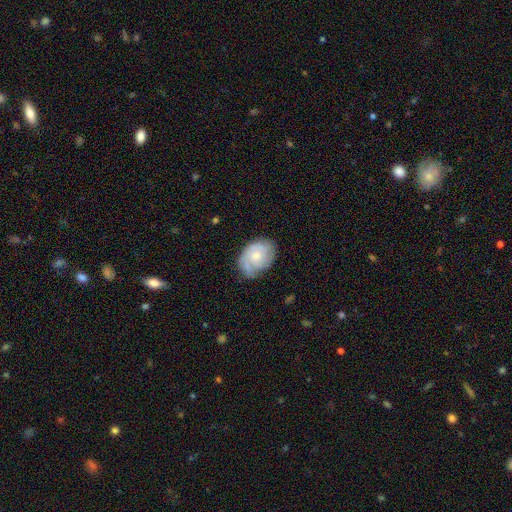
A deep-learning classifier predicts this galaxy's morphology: A featured or disk galaxy (60%) with no bar (78%), spiral arms (82%) and a moderate central bulge (46%). Merging: none (62%).